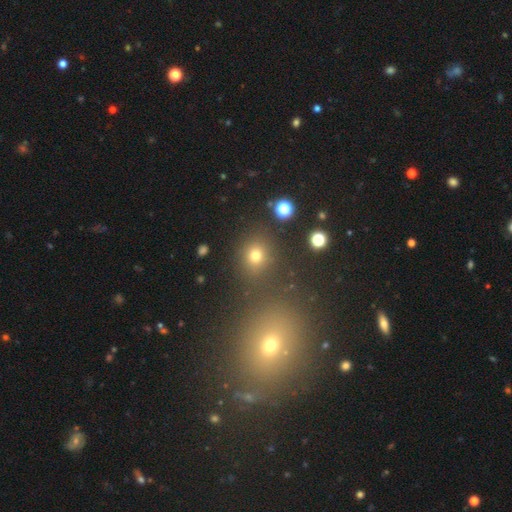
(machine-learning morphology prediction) Q: Smooth or featured?
A: smooth (71%); runner-up: star or artifact (21%)
Q: How rounded?
A: round (82%); runner-up: in between (17%)
Q: Merging?
A: none (81%); runner-up: minor disturbance (9%)